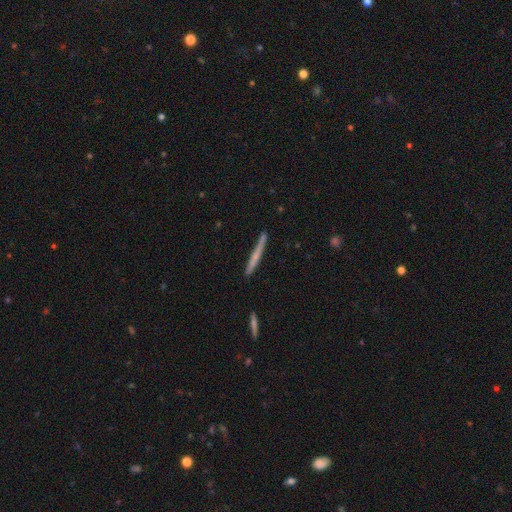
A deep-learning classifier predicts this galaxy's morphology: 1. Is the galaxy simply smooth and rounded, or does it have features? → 48% smooth, 46% featured or disk, 6% star or artifact.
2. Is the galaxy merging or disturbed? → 87% none, 10% minor disturbance, 2% merger, 2% major disturbance.